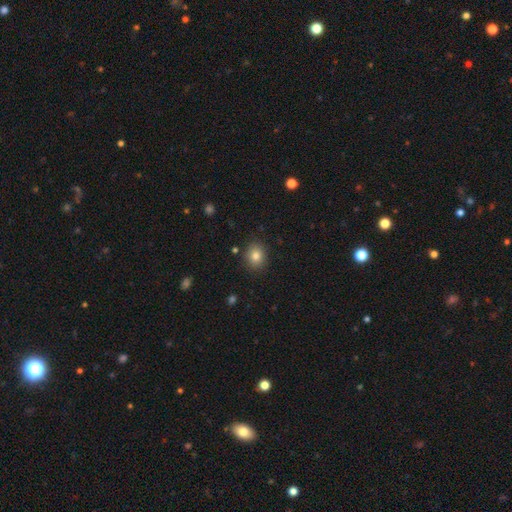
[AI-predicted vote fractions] The model was most divided on "how rounded": round: 66%, in between: 33%, cigar-shaped: 1%. More confident: merging — none (86%); smooth or featured — smooth (82%).